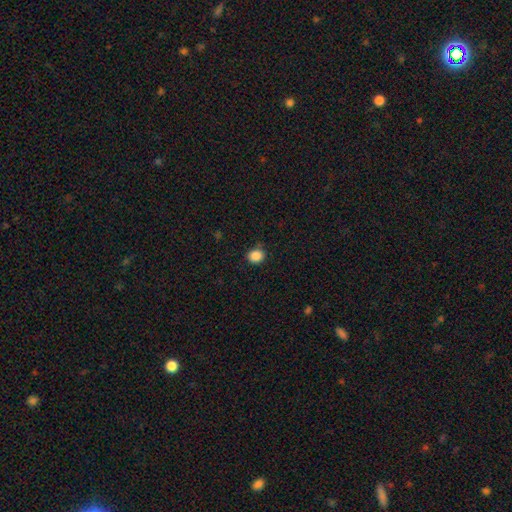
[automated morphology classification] A smooth galaxy with no disk features (87%) that is round (74%).

Vote fractions:
- Smooth or featured? smooth: 87% / star or artifact: 10% / featured or disk: 3%
- How rounded? round: 74% / in between: 25% / cigar-shaped: 1%
- Merging? none: 86% / minor disturbance: 9% / major disturbance: 2% / merger: 2%